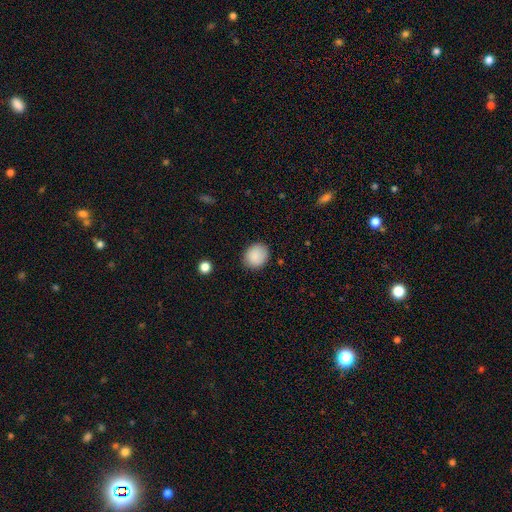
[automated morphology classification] This appears to be a smooth galaxy with no disk features (88%) that is round (70%). Merging: none (85%).